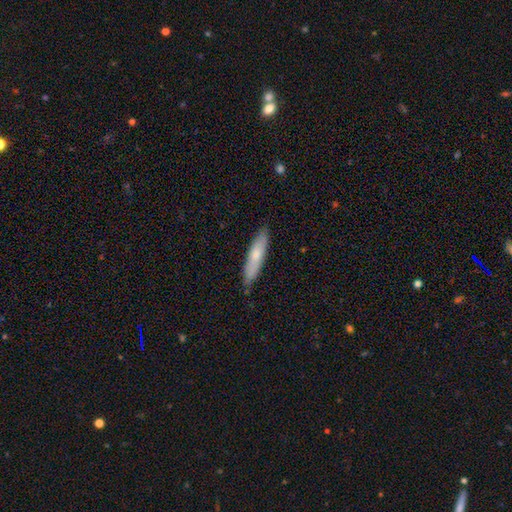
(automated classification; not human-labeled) A smooth galaxy with no disk features (68%) that is cigar-shaped (82%). Merging: none (82%).